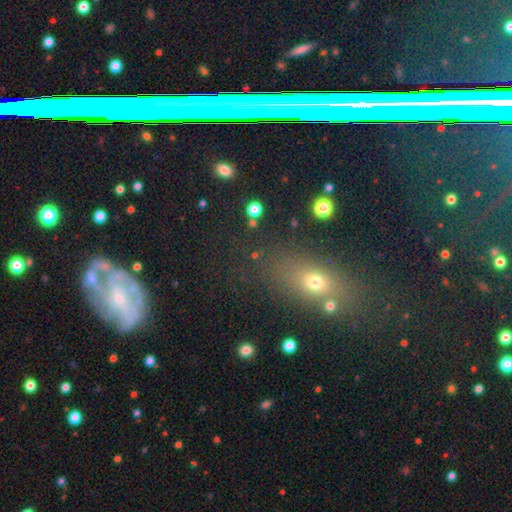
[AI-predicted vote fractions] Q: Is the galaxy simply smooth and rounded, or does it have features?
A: smooth — 57%.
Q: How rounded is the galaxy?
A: in between — 47%.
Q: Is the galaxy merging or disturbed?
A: none — 72%.